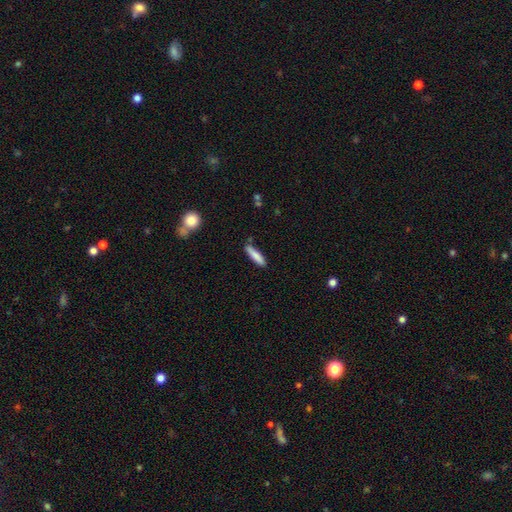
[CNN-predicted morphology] smooth 82%, featured or disk 12%, star or artifact 6%. Down the decision tree: how rounded — cigar-shaped (81%); merging — none (81%).